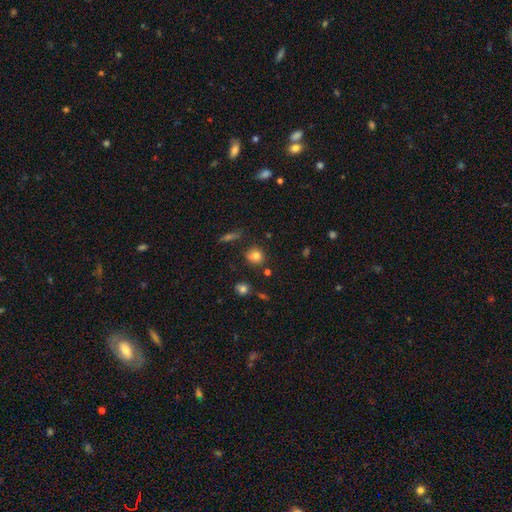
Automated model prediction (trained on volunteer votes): Morphology: type=smooth (78%); roundness=round (74%); merging=none (75%).